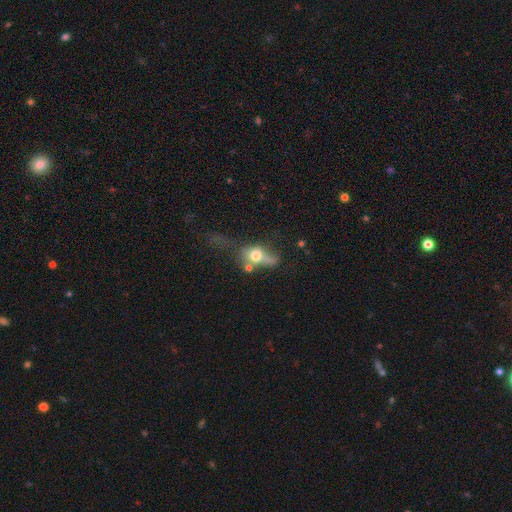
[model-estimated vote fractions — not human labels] Q: Smooth or featured?
A: smooth (59%); runner-up: featured or disk (29%)
Q: How rounded?
A: in between (55%); runner-up: round (37%)
Q: Merging?
A: major disturbance (35%); runner-up: none (24%)